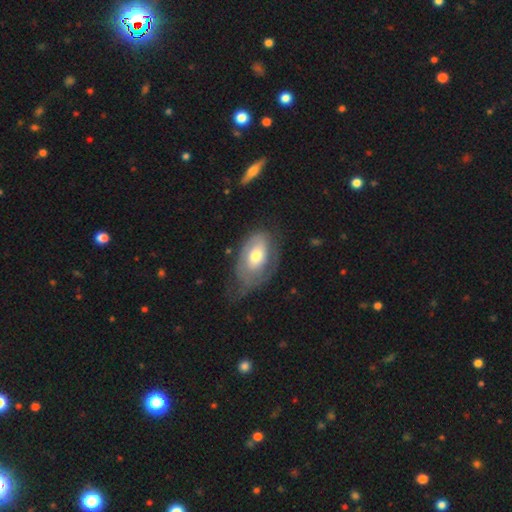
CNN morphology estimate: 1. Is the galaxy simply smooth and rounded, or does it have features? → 47% featured or disk (tied), 47% smooth (tied), 6% star or artifact.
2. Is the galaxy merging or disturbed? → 38% none, 32% minor disturbance, 28% major disturbance, 2% merger.